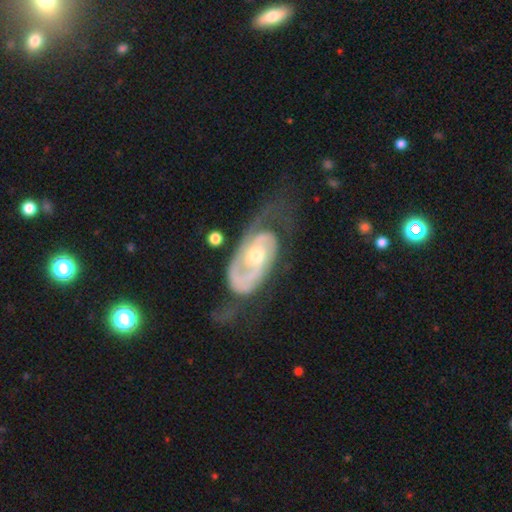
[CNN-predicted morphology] Smooth or featured?
  - featured or disk: 87% *
  - smooth: 8%
  - star or artifact: 5%
Edge-on disk?
  - no: 96% *
  - yes: 4%
Bar?
  - no: 68% *
  - weak: 25%
  - strong: 7%
Spiral arms?
  - yes: 94% *
  - no: 6%
Spiral winding?
  - tight: 53% *
  - medium: 35%
  - loose: 13%
Spiral arm count?
  - 2: 59% *
  - 1: 20%
  - can't tell: 13%
  - 3: 4%
  - 4: 2%
  - more than 4: 2%
Bulge size?
  - moderate: 55% *
  - small: 40%
  - large: 3%
  - none: 1%
  - dominant: 1%
Merging?
  - none: 46% *
  - major disturbance: 27%
  - minor disturbance: 24%
  - merger: 3%